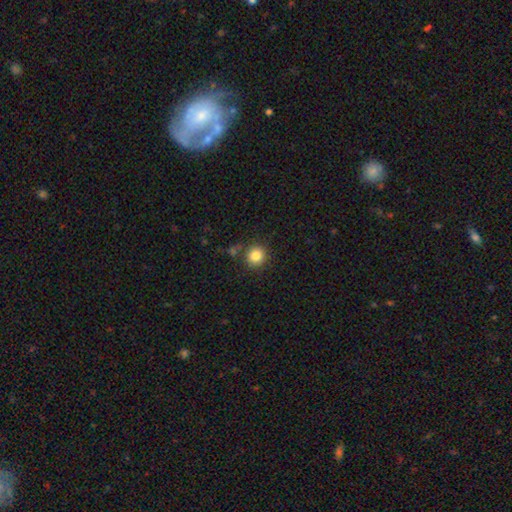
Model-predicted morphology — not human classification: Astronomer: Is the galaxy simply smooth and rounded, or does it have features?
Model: smooth — 84%.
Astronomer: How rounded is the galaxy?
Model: round — 91%.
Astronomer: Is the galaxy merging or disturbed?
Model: none — 83%.